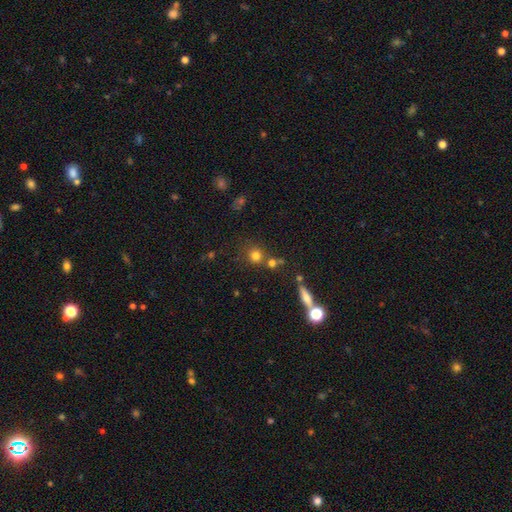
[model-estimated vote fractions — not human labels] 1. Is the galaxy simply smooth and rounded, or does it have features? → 76% smooth, 15% star or artifact, 9% featured or disk.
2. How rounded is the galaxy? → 89% round, 9% in between, 1% cigar-shaped.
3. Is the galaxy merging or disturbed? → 67% none, 20% merger, 10% minor disturbance, 4% major disturbance.